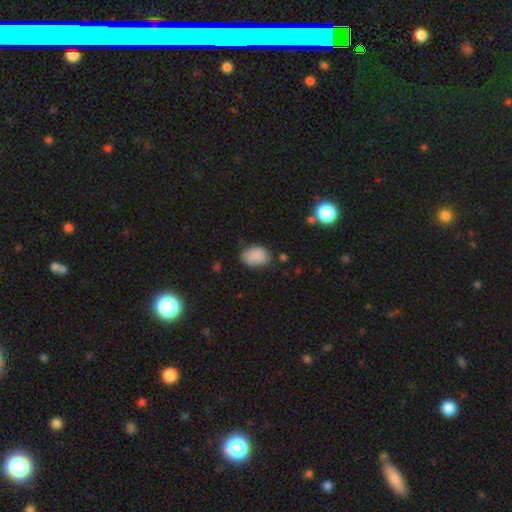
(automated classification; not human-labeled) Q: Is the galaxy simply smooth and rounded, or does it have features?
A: smooth — 87%.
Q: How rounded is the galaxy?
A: in between — 81%.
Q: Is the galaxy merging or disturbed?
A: none — 72%.